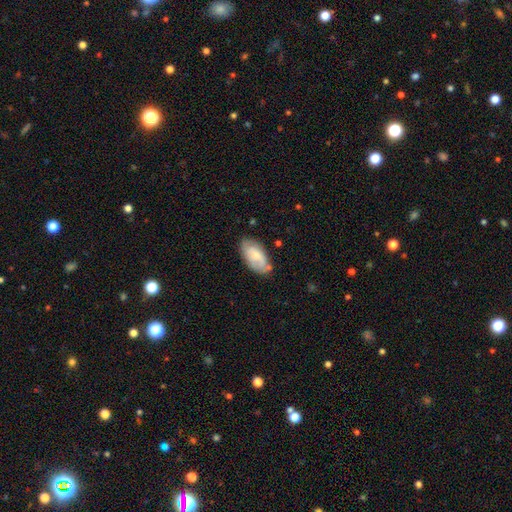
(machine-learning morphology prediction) This appears to be a smooth galaxy with no disk features (54%) that is in between round and cigar-shaped (93%). Merging: none (68%).